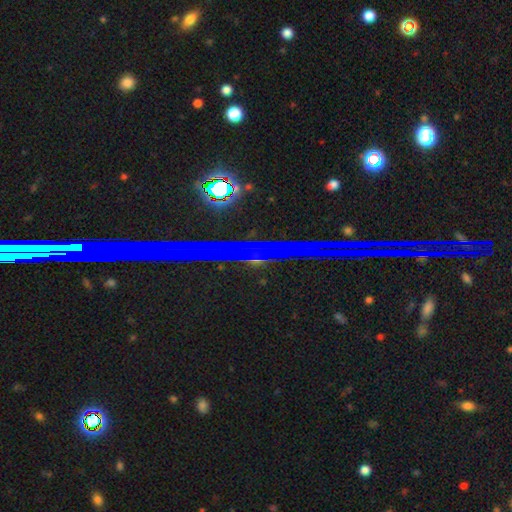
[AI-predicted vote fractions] Q: Smooth or featured?
A: star or artifact (58%); runner-up: featured or disk (24%)